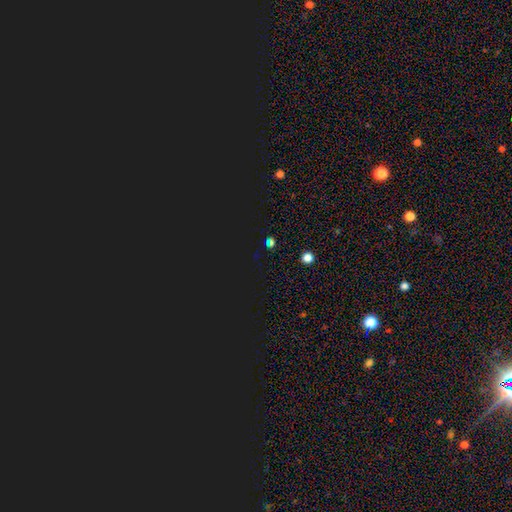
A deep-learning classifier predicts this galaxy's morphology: Overall: star or artifact (74%).